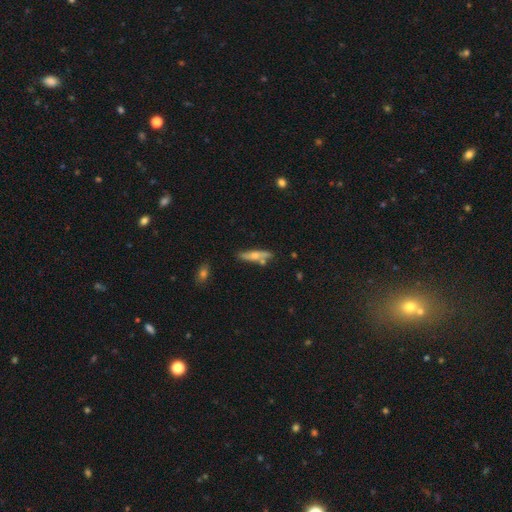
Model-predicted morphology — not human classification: Q: Smooth or featured?
A: smooth (53%); runner-up: featured or disk (41%)
Q: How rounded?
A: cigar-shaped (78%); runner-up: in between (19%)
Q: Merging?
A: none (71%); runner-up: minor disturbance (16%)